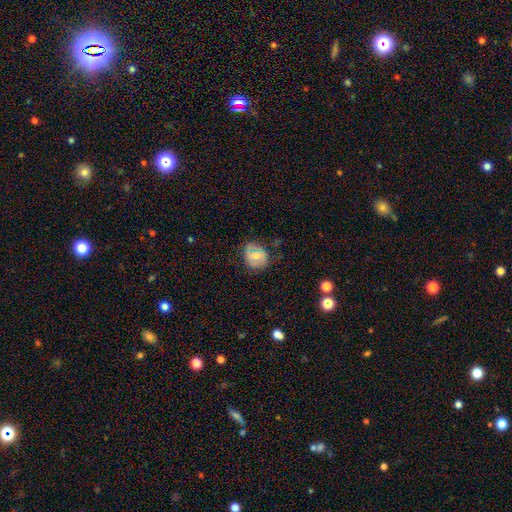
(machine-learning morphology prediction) This appears to be a smooth galaxy with no disk features (56%) that is round (70%). Merging: none (64%).